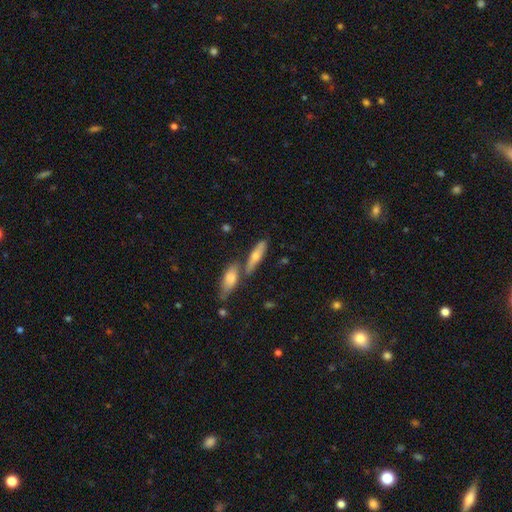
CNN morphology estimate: Smooth or featured?
  - smooth: 62% *
  - featured or disk: 32%
  - star or artifact: 7%
How rounded?
  - cigar-shaped: 60% *
  - in between: 37%
  - round: 3%
Merging?
  - none: 59% *
  - merger: 24%
  - minor disturbance: 12%
  - major disturbance: 4%